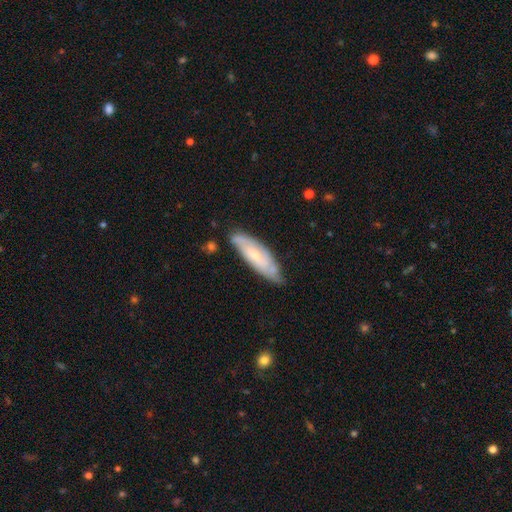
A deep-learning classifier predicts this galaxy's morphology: type=featured or disk (60%); edge-on=no (77%); merging=none (68%).